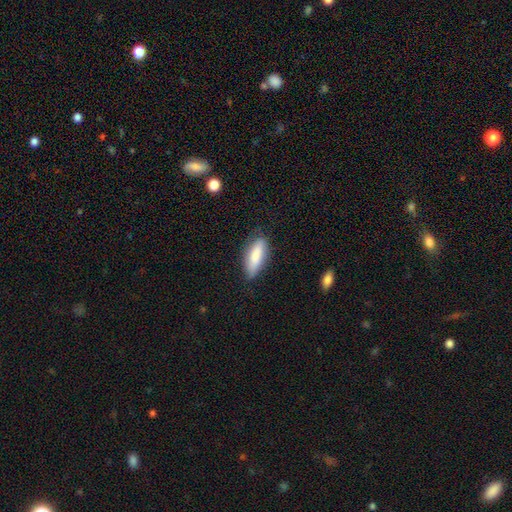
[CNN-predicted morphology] Smooth or featured?
  - smooth: 80% *
  - featured or disk: 14%
  - star or artifact: 6%
How rounded?
  - in between: 59% *
  - cigar-shaped: 39%
  - round: 2%
Merging?
  - none: 77% *
  - minor disturbance: 18%
  - major disturbance: 4%
  - merger: 1%